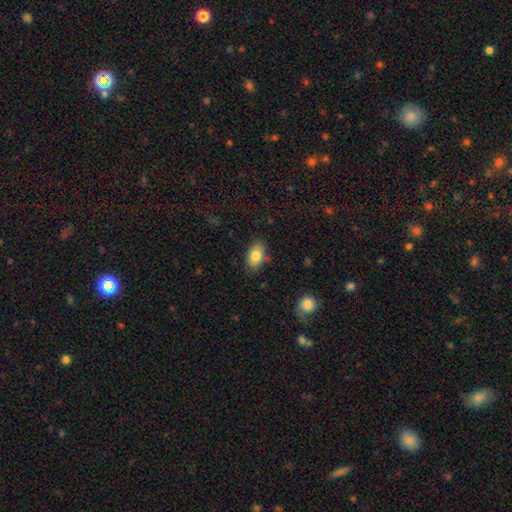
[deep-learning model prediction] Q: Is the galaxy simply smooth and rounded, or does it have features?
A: smooth — 81%.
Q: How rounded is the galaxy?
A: in between — 89%.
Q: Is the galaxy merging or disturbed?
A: none — 80%.